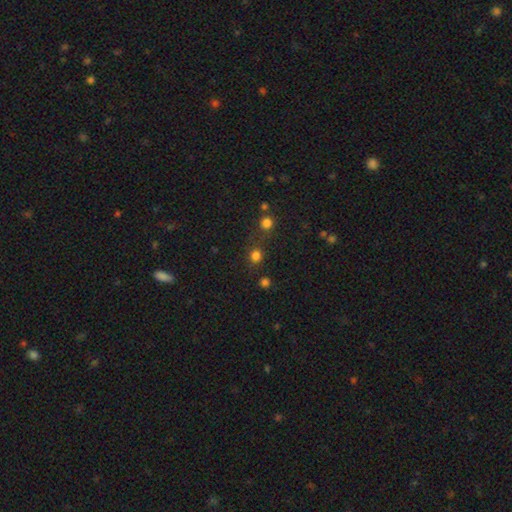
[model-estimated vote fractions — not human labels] This is likely a smooth galaxy (76%). How rounded: clearly round (87%). Merging: likely none (76%).